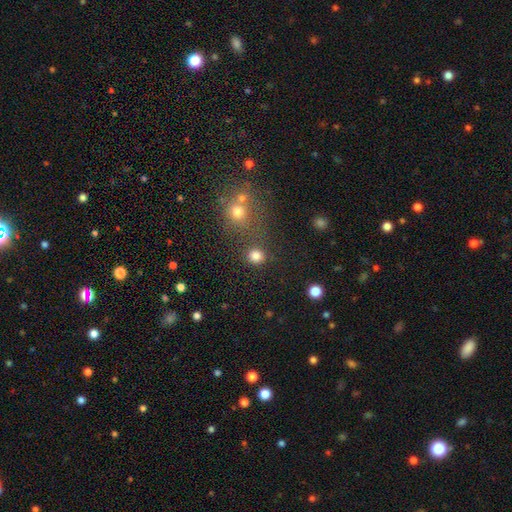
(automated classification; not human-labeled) The model was most divided on "smooth or featured": smooth: 81%, star or artifact: 14%, featured or disk: 5%. More confident: how rounded — round (86%); merging — none (79%).